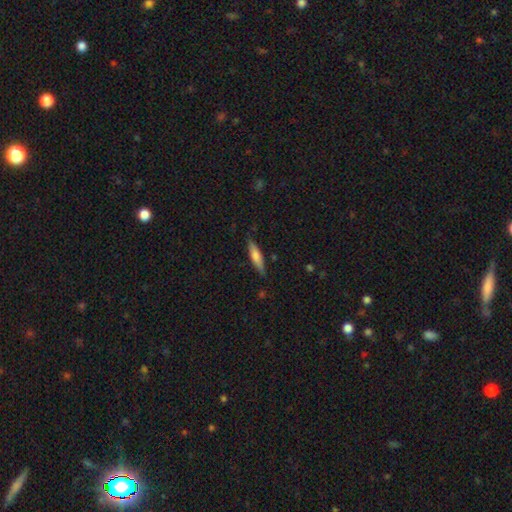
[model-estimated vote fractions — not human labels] smooth-or-featured: smooth: 64% | featured or disk: 29% | star or artifact: 6%
  how-rounded: cigar-shaped: 75% | in between: 23% | round: 2%
  merging: none: 83% | minor disturbance: 13% | major disturbance: 2% | merger: 2%